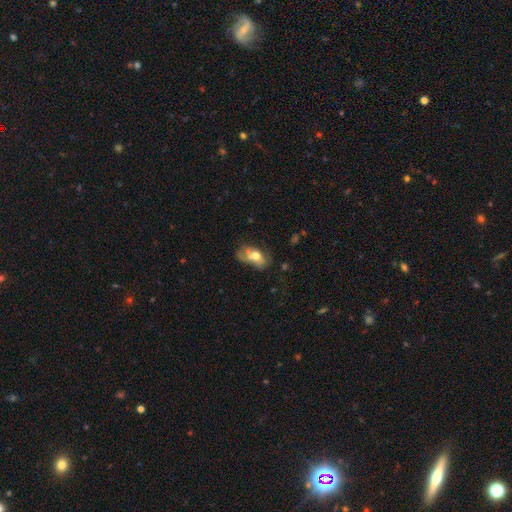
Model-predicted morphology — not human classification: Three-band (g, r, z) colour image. It shows a smooth galaxy with no disk features (62%) that is in between round and cigar-shaped (86%). Merging: major disturbance (33%).